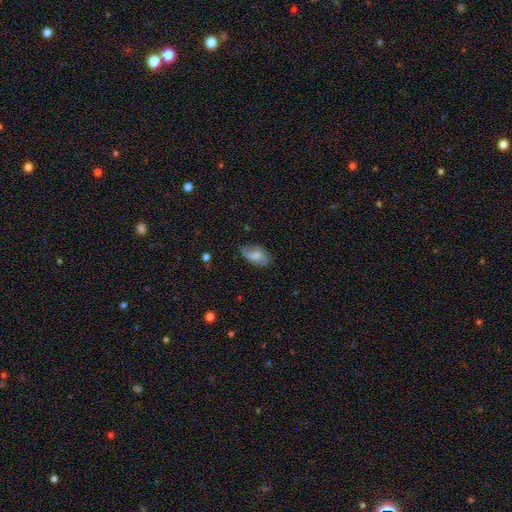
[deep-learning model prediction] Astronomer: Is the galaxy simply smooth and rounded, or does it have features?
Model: smooth — 69%.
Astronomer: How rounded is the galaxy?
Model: in between — 92%.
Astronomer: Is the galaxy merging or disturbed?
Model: none — 61%.